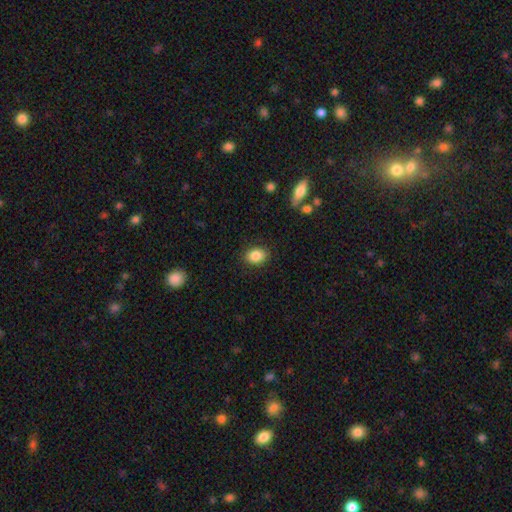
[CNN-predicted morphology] Overall: smooth (86%). How rounded: in between (74%). Merging: none (87%).